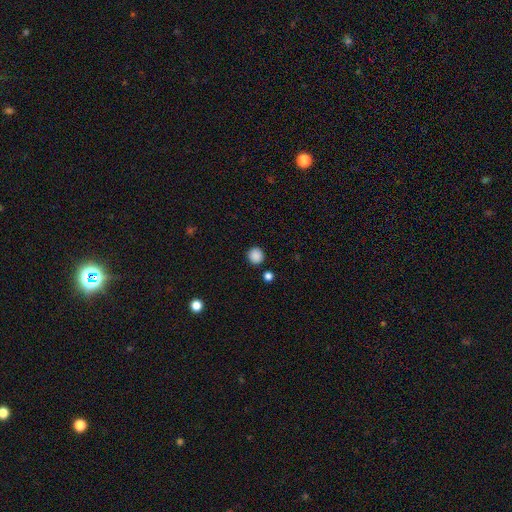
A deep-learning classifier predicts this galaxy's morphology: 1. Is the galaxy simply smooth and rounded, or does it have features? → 87% smooth, 10% star or artifact, 3% featured or disk.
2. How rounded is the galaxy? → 91% round, 8% in between, 1% cigar-shaped.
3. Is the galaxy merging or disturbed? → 88% none, 7% minor disturbance, 3% merger, 2% major disturbance.